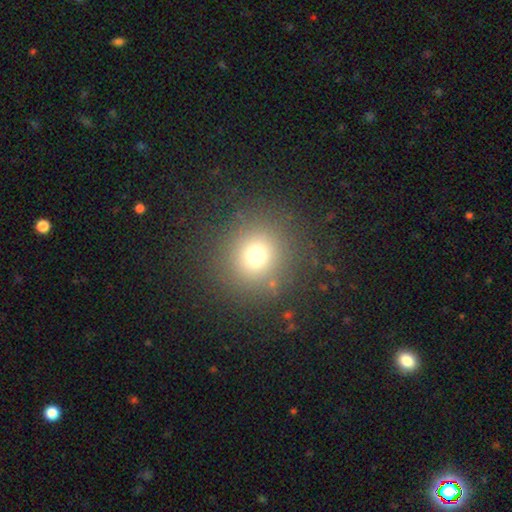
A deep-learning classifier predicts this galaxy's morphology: Smooth or featured? Predicted: smooth (p=0.73). How rounded? Predicted: round (p=0.91). Merging? Predicted: none (p=0.87).